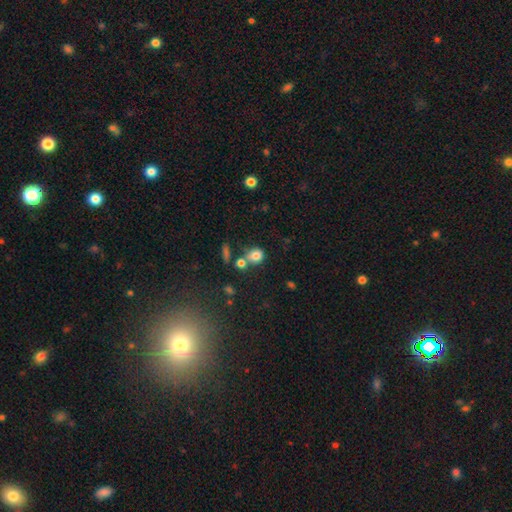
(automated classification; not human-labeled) The model was most divided on "merging": none: 51%, merger: 27%, minor disturbance: 15%, major disturbance: 6%. More confident: smooth or featured — smooth (78%); how rounded — round (73%).